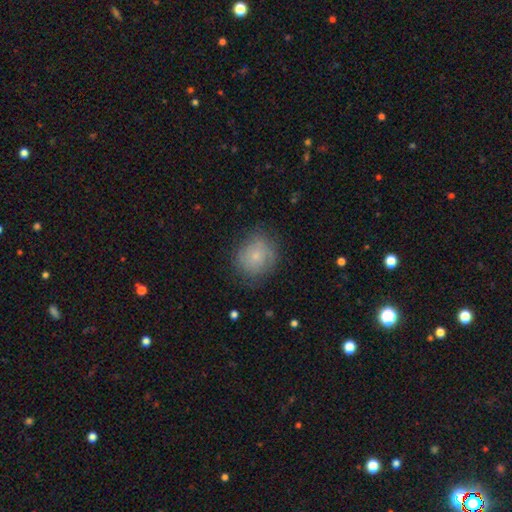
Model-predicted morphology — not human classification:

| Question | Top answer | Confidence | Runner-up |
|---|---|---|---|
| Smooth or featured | smooth | 62% | featured or disk (29%) |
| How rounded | round | 79% | in between (20%) |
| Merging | none | 72% | minor disturbance (19%) |